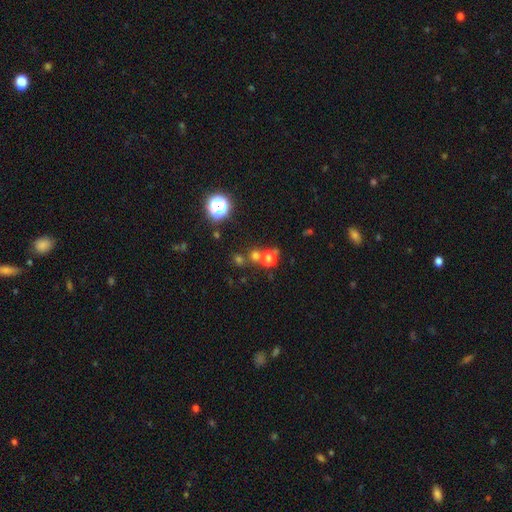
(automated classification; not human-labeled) A smooth galaxy with no disk features (62%) that is round (85%).

Vote fractions:
- Smooth or featured? smooth: 62% / star or artifact: 30% / featured or disk: 8%
- How rounded? round: 85% / in between: 14% / cigar-shaped: 1%
- Merging? none: 65% / merger: 23% / minor disturbance: 8% / major disturbance: 4%